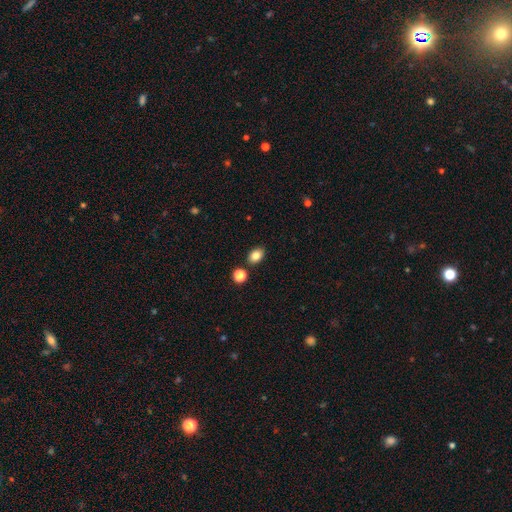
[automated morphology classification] The model was most divided on "how rounded": in between: 76%, round: 22%, cigar-shaped: 1%. More confident: merging — none (84%); smooth or featured — smooth (83%).